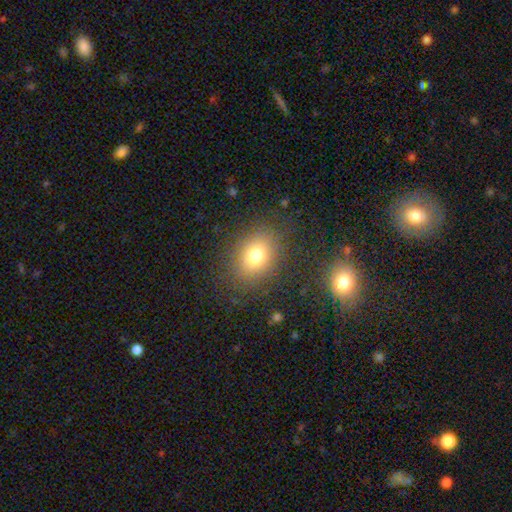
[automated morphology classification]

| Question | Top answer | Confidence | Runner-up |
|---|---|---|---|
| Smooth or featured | smooth | 73% | star or artifact (14%) |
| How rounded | in between | 60% | round (39%) |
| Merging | none | 83% | minor disturbance (10%) |